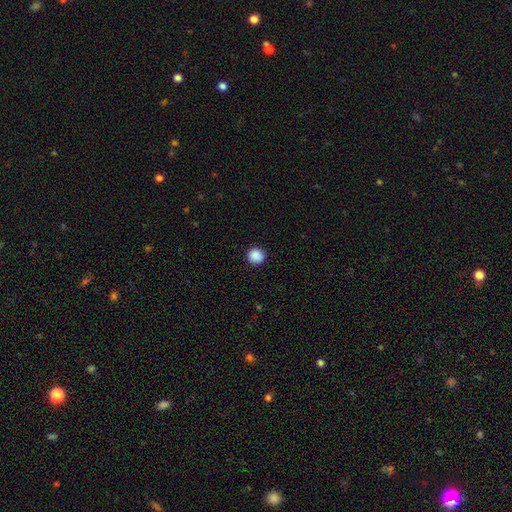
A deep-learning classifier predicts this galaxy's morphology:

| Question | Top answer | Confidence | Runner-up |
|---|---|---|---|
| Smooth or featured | smooth | 89% | star or artifact (9%) |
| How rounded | round | 91% | in between (8%) |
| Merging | none | 92% | minor disturbance (6%) |